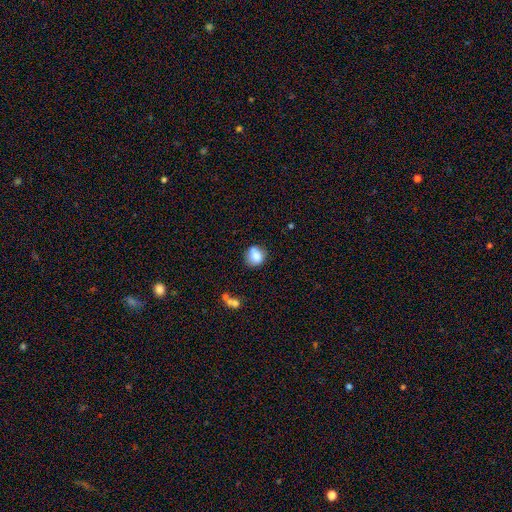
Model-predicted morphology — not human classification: A smooth galaxy with no disk features (82%) that is round (76%).

Vote fractions:
- Smooth or featured? smooth: 82% / featured or disk: 9% / star or artifact: 9%
- How rounded? round: 76% / in between: 22% / cigar-shaped: 1%
- Merging? none: 67% / minor disturbance: 21% / merger: 7% / major disturbance: 5%